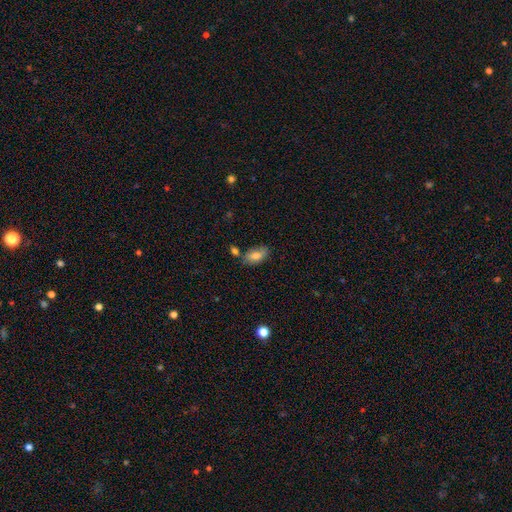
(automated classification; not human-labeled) smooth_or_featured: smooth (p=0.78) [alt: featured or disk p=0.14]
how_rounded: in between (p=0.91) [alt: round p=0.05]
merging: none (p=0.58) [alt: minor disturbance p=0.24]